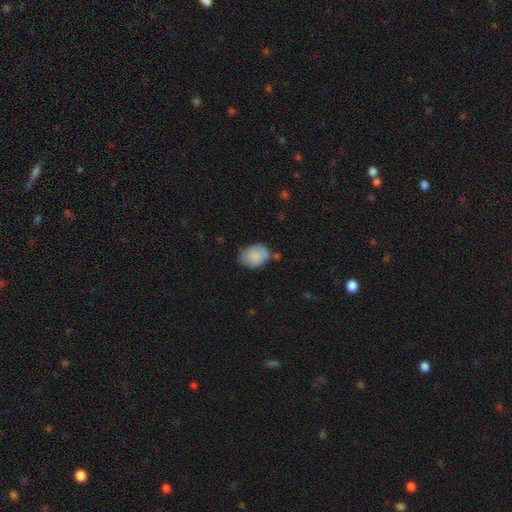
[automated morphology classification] Smooth or featured? smooth (81%)
How rounded? in between (64%)
Merging? none (56%)